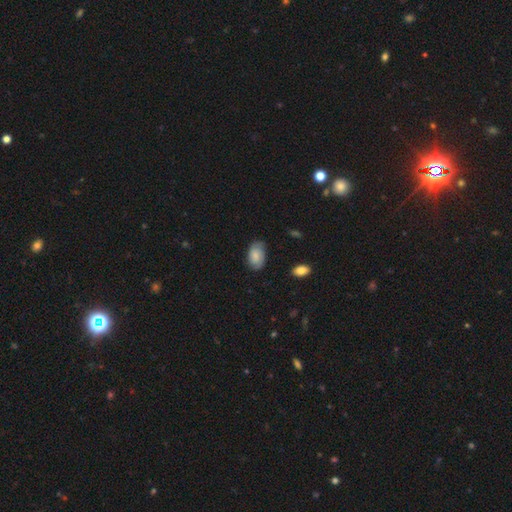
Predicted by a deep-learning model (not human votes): This appears to be a smooth galaxy with no disk features (74%) that is in between round and cigar-shaped (92%). Merging: none (72%).